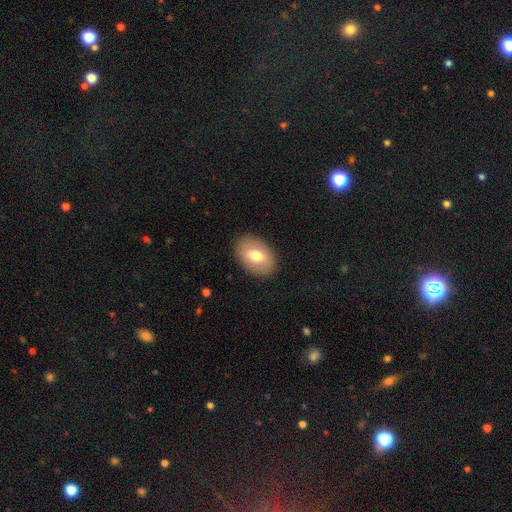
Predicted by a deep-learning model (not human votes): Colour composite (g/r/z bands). It shows a smooth galaxy with no disk features (72%) that is in between round and cigar-shaped (82%). Merging: none (88%).